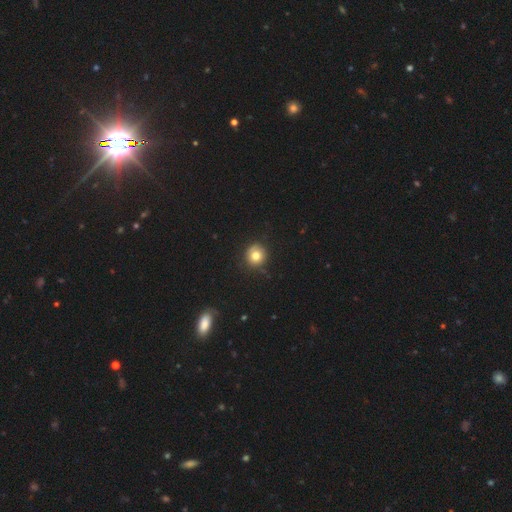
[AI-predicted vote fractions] Smooth or featured?
  - smooth: 78% *
  - star or artifact: 11%
  - featured or disk: 10%
How rounded?
  - round: 90% *
  - in between: 9%
  - cigar-shaped: 1%
Merging?
  - none: 81% *
  - minor disturbance: 14%
  - major disturbance: 3%
  - merger: 2%